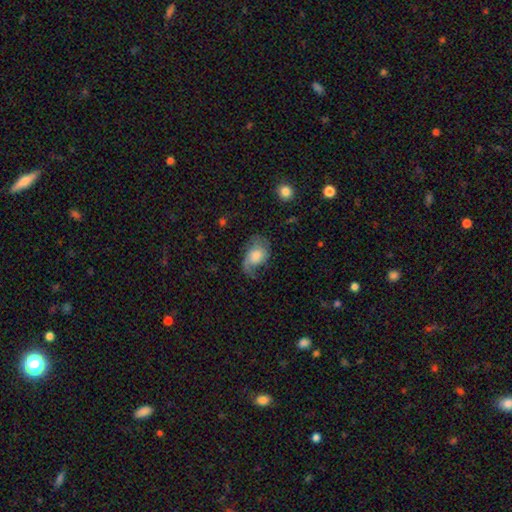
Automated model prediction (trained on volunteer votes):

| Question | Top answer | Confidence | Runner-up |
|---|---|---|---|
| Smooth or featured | featured or disk | 53% | smooth (39%) |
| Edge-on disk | no | 96% | yes (4%) |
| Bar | no | 70% | weak (26%) |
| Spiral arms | yes | 84% | no (16%) |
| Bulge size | moderate | 37% | large (33%) |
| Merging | none | 45% | minor disturbance (27%) |